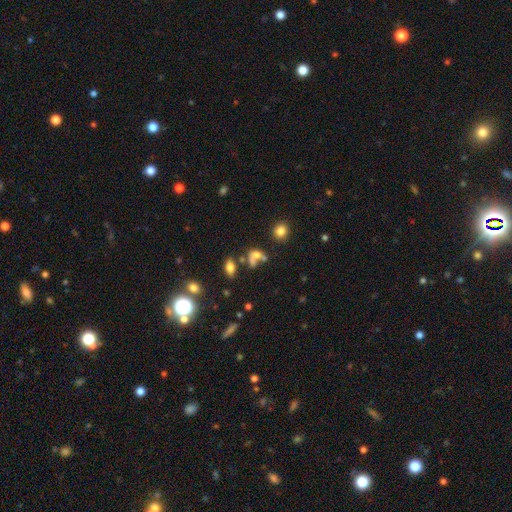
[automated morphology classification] Q: Smooth or featured?
A: smooth (61%); runner-up: featured or disk (20%)
Q: How rounded?
A: in between (65%); runner-up: round (31%)
Q: Merging?
A: merger (41%); runner-up: none (31%)